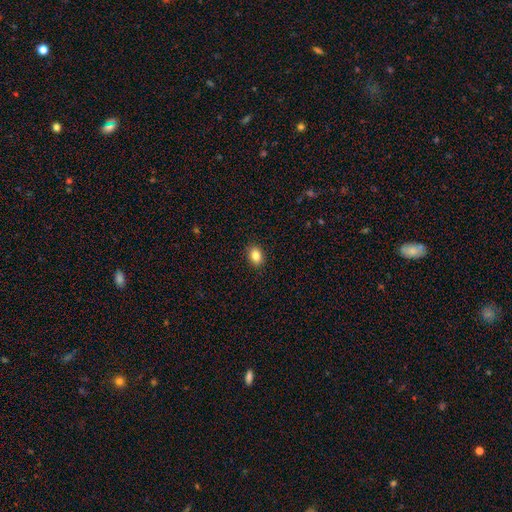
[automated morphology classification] This is clearly a smooth galaxy (85%). How rounded: likely in between (72%). Merging: clearly none (90%).